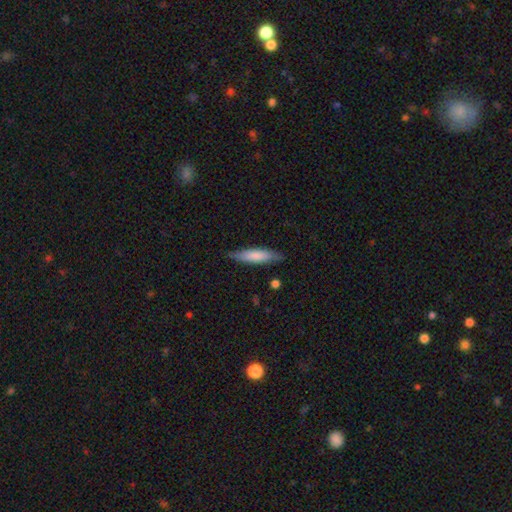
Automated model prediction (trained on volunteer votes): The model was most divided on "how rounded": cigar-shaped: 74%, in between: 25%, round: 1%. More confident: merging — none (82%); smooth or featured — smooth (75%).